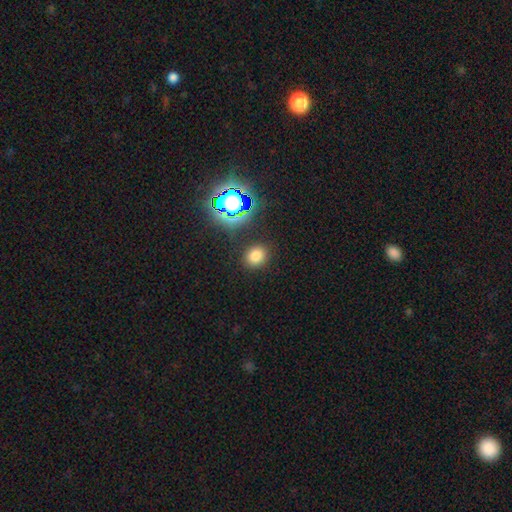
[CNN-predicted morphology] This is likely a smooth galaxy (75%). How rounded: likely round (62%). Merging: clearly none (87%).